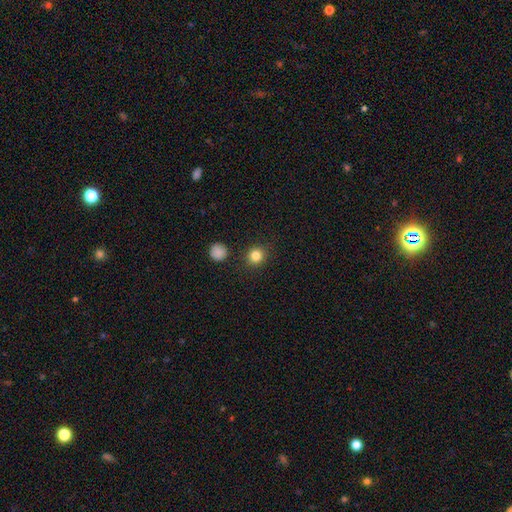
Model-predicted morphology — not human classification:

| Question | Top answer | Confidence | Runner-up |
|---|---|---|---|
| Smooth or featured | smooth | 83% | star or artifact (12%) |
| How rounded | round | 88% | in between (11%) |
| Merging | none | 89% | minor disturbance (6%) |